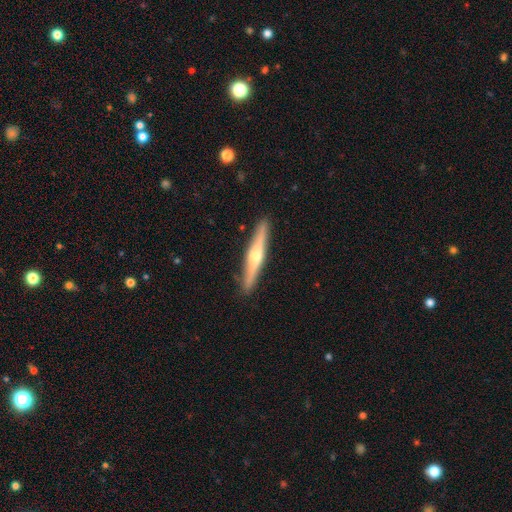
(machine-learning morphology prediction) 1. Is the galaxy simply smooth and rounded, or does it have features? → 66% featured or disk, 28% smooth, 5% star or artifact.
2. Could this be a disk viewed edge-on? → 97% yes, 3% no.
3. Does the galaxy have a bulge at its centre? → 89% rounded, 8% none, 3% boxy.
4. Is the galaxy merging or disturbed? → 91% none, 6% minor disturbance, 1% major disturbance, 1% merger.